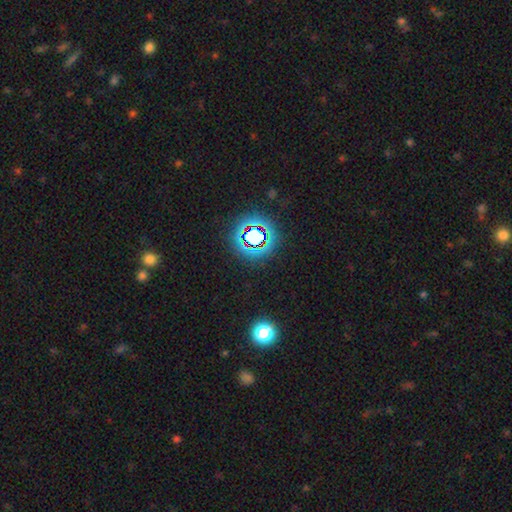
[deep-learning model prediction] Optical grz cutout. It shows a star or artifact, not a galaxy (71%).